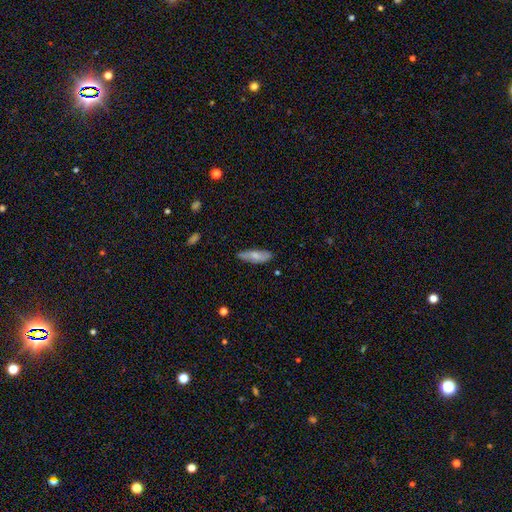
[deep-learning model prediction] Overall: smooth (69%). How rounded: in between (64%; cigar-shaped 33%). Merging: none (77%).